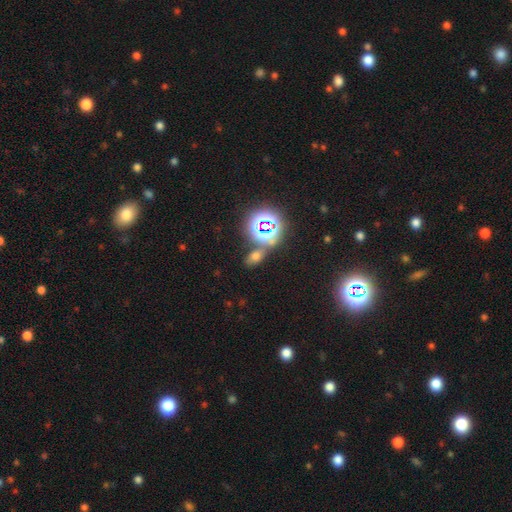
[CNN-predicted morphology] smooth_or_featured: smooth (p=0.50) [alt: star or artifact p=0.40]
how_rounded: in between (p=0.79) [alt: round p=0.17]
merging: none (p=0.69) [alt: merger p=0.13]